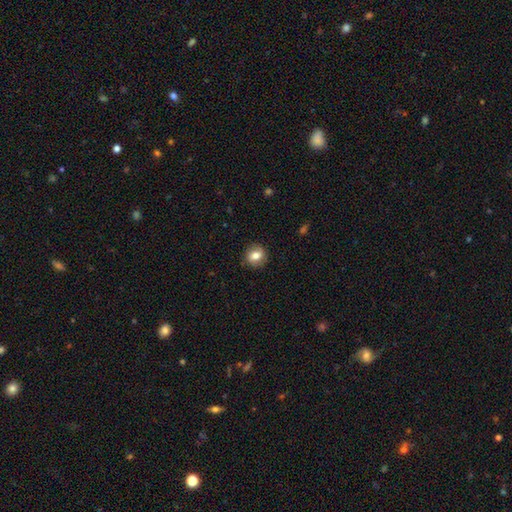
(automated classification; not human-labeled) This appears to be a smooth galaxy with no disk features (78%) that is round (79%). Merging: none (87%).